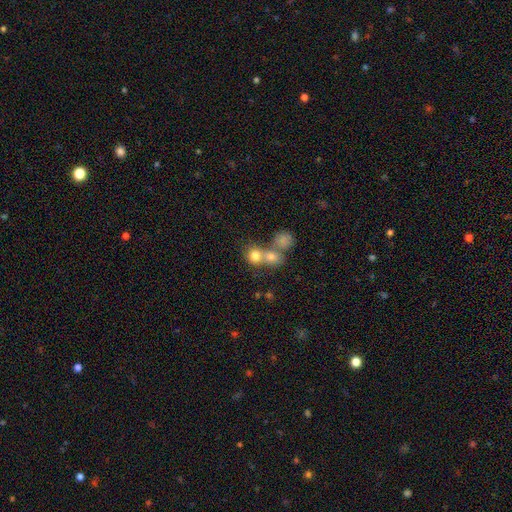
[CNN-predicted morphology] smooth 76%, star or artifact 13%, featured or disk 11%. Down the decision tree: how rounded — round (80%); merging — merger (52%).